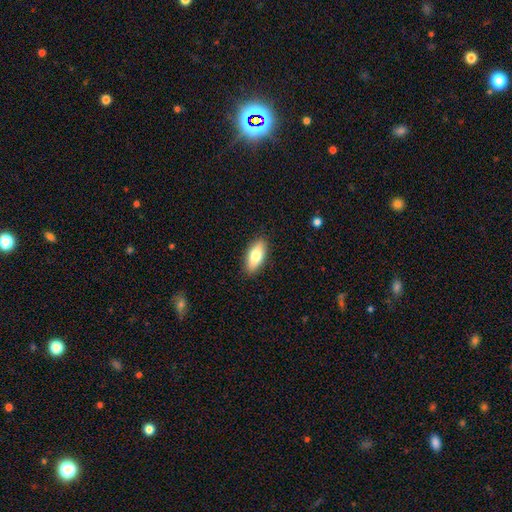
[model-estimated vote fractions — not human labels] smooth-or-featured: smooth: 79% | featured or disk: 15% | star or artifact: 6%
  how-rounded: in between: 86% | cigar-shaped: 11% | round: 3%
  merging: none: 89% | minor disturbance: 8% | major disturbance: 2% | merger: 1%